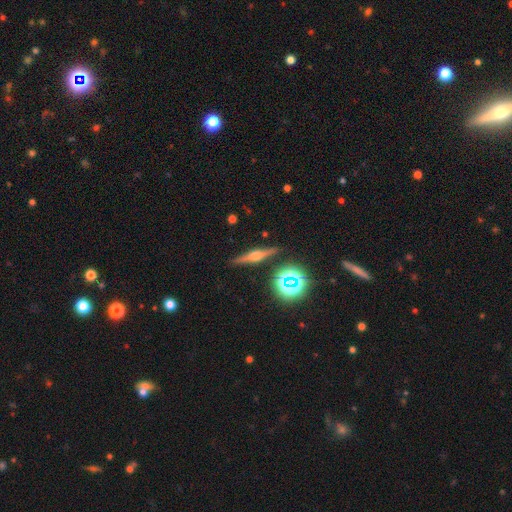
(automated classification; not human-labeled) A featured or disk galaxy (71%) viewed edge-on (97%) with a rounded central bulge (89%).

Vote fractions:
- Smooth or featured? featured or disk: 71% / smooth: 17% / star or artifact: 12%
- Edge-on disk? yes: 97% / no: 3%
- Edge-on bulge? rounded: 89% / boxy: 8% / none: 3%
- Merging? none: 89% / minor disturbance: 8% / major disturbance: 2% / merger: 2%